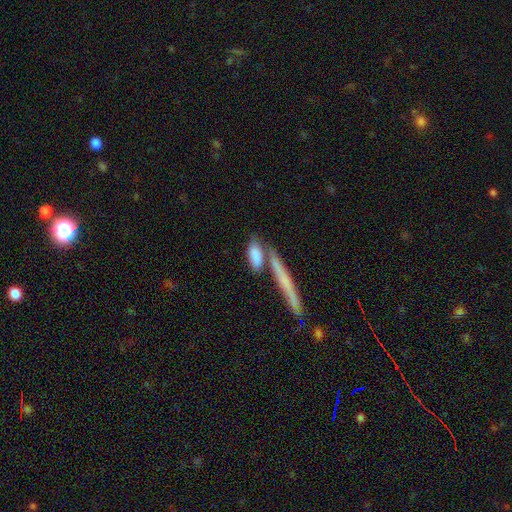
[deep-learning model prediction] smooth-or-featured: smooth: 79% | featured or disk: 15% | star or artifact: 6%
  how-rounded: in between: 58% | cigar-shaped: 37% | round: 6%
  merging: none: 52% | merger: 26% | minor disturbance: 15% | major disturbance: 6%